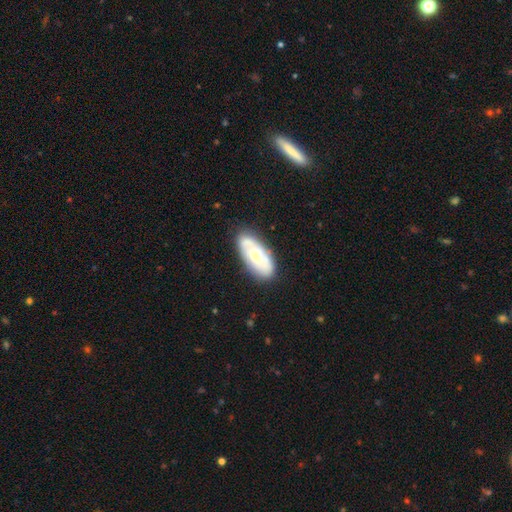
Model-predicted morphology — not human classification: smooth-or-featured: featured or disk: 57% | smooth: 38% | star or artifact: 5%
  disk-edge-on: no: 85% | yes: 15%
  merging: none: 80% | minor disturbance: 15% | major disturbance: 4% | merger: 2%